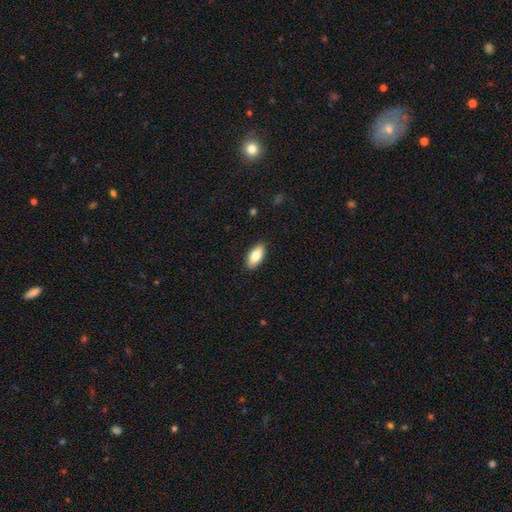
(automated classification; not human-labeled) smooth_or_featured: smooth (p=0.81) [alt: featured or disk p=0.13]
how_rounded: in between (p=0.89) [alt: cigar-shaped p=0.08]
merging: none (p=0.89) [alt: minor disturbance p=0.09]